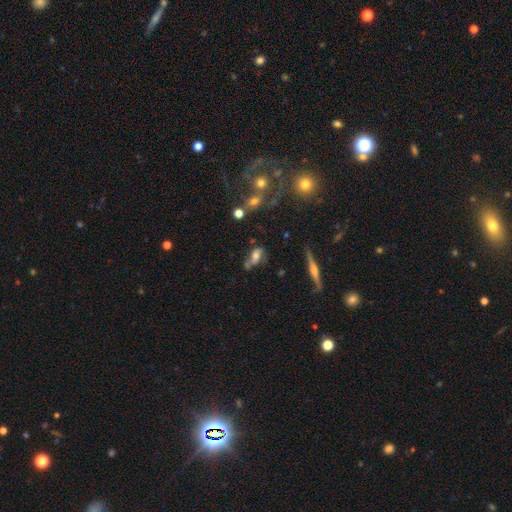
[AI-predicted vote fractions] smooth_or_featured: smooth (p=0.50) [alt: featured or disk p=0.38]
merging: none (p=0.39) [alt: minor disturbance p=0.28]